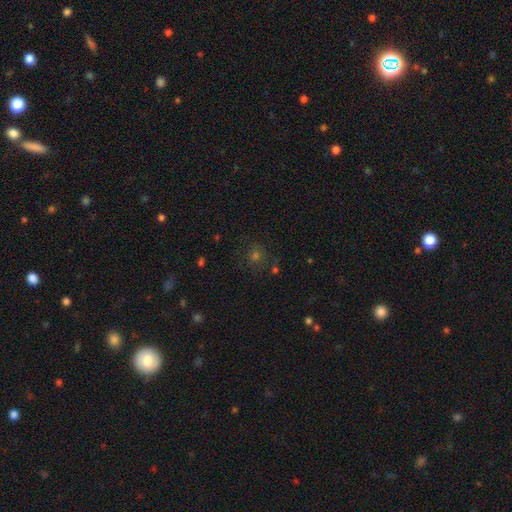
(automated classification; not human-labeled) Q: Smooth or featured?
A: smooth (47%); runner-up: star or artifact (39%)
Q: Merging?
A: none (80%); runner-up: minor disturbance (11%)